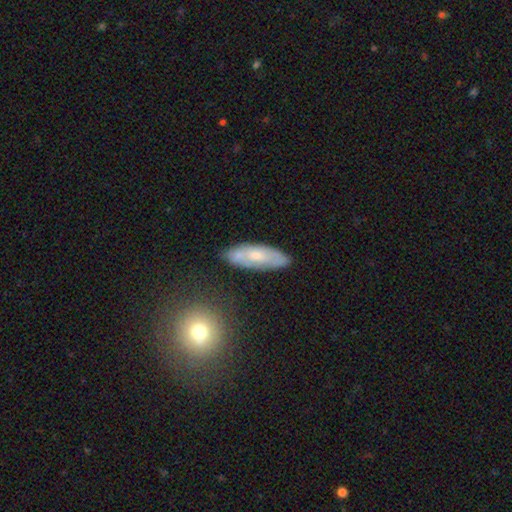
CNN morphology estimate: type=smooth (52%); roundness=in between (64%); merging=none (69%).